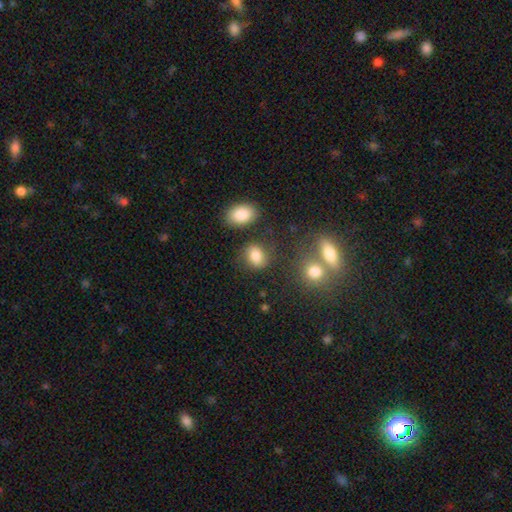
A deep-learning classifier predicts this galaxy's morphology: smooth_or_featured: smooth (p=0.81) [alt: star or artifact p=0.10]
how_rounded: in between (p=0.55) [alt: round p=0.44]
merging: none (p=0.71) [alt: minor disturbance p=0.16]